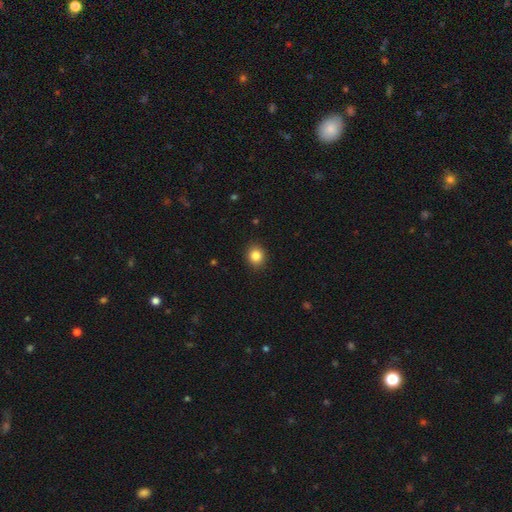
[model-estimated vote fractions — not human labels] Smooth or featured: smooth — 85% (star or artifact — 10%)
How rounded: round — 75% (in between — 24%)
Merging: none — 90% (minor disturbance — 7%)